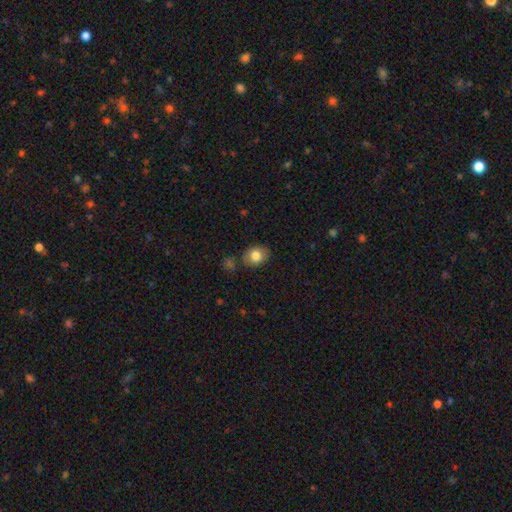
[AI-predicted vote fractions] Smooth or featured? smooth (79%)
How rounded? in between (64%)
Merging? none (80%)